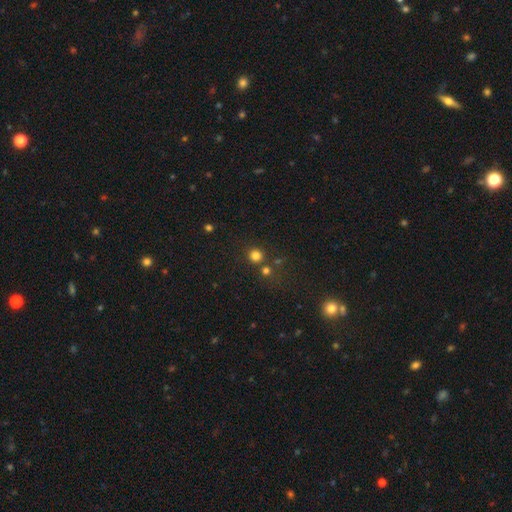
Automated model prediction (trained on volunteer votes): Smooth or featured? smooth (78%)
How rounded? round (92%)
Merging? none (78%)